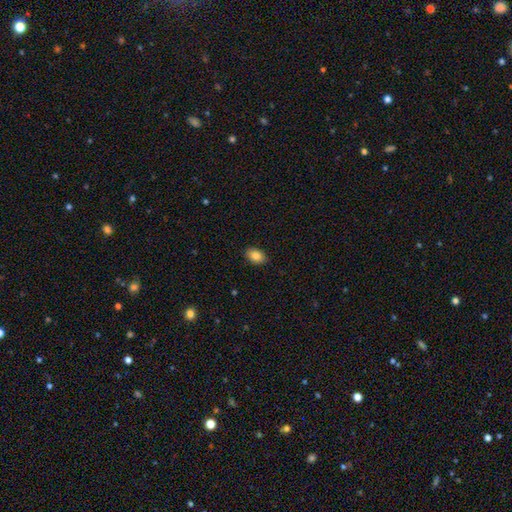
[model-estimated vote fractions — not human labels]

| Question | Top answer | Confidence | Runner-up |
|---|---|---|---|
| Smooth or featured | smooth | 86% | star or artifact (8%) |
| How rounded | in between | 82% | round (17%) |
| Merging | none | 89% | minor disturbance (8%) |